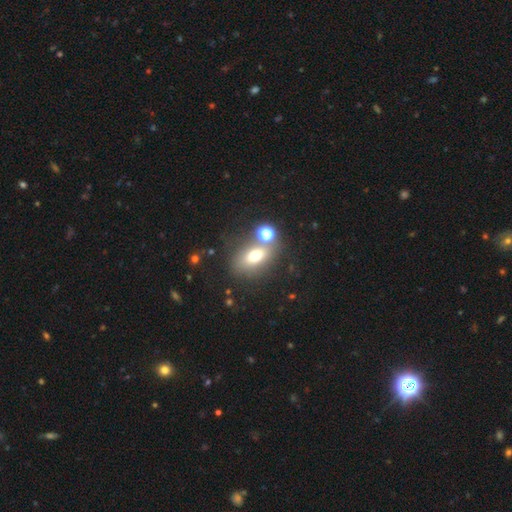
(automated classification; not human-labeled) smooth_or_featured: smooth (p=0.66) [alt: featured or disk p=0.18]
how_rounded: in between (p=0.69) [alt: round p=0.27]
merging: none (p=0.61) [alt: merger p=0.19]